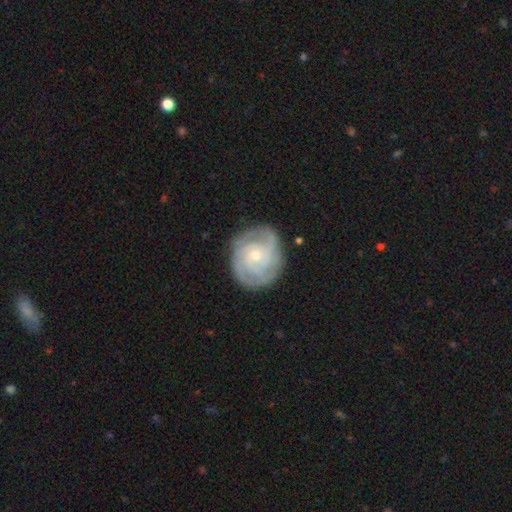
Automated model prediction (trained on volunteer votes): A featured or disk galaxy (83%) with no bar (72%), 3 (36%) tight (66%) spiral arms (97%) and a small central bulge (65%). Merging: none (80%).